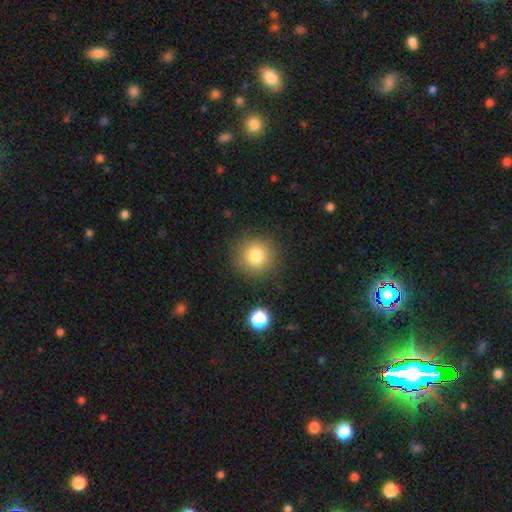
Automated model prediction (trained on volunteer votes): Smooth or featured? Predicted: smooth (p=0.80). How rounded? Predicted: round (p=0.94). Merging? Predicted: none (p=0.87).